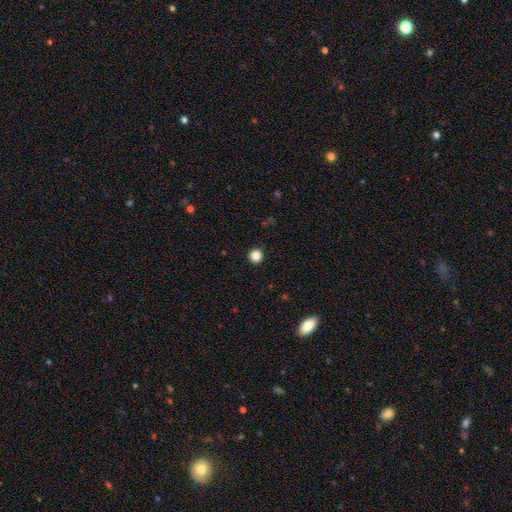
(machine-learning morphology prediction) Smooth or featured: smooth — 85% (star or artifact — 12%)
How rounded: round — 91% (in between — 8%)
Merging: none — 93% (minor disturbance — 5%)